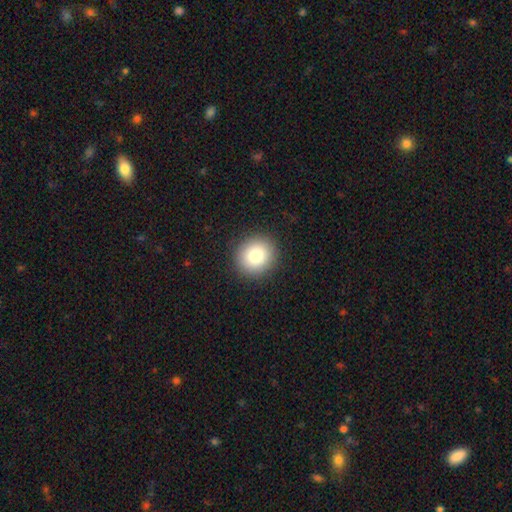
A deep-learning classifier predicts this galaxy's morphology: A smooth galaxy with no disk features (82%) that is round (87%). Merging: none (91%).